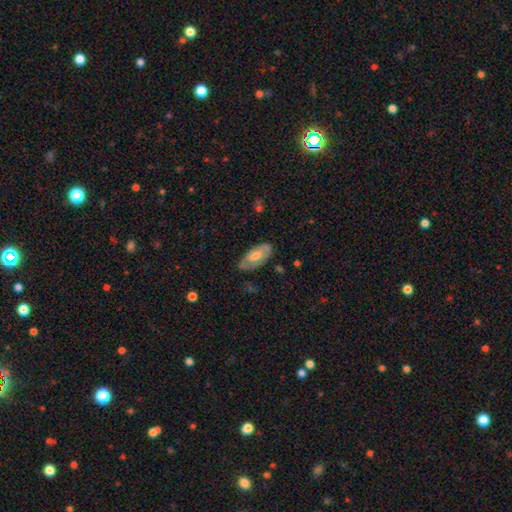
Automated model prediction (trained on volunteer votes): Smooth or featured: featured or disk — 49% (smooth — 45%)
Merging: none — 76% (minor disturbance — 18%)